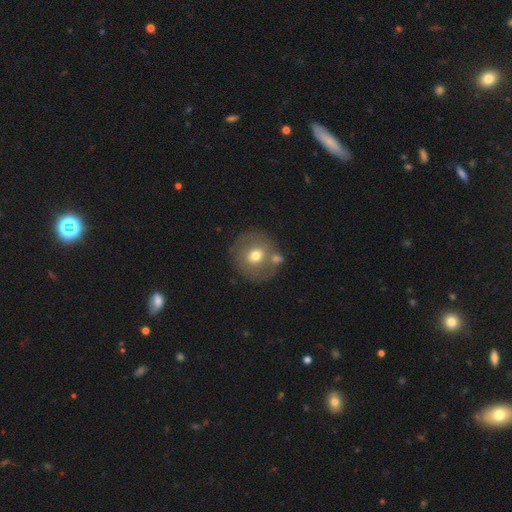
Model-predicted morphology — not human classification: Overall: smooth (61%; featured or disk 29%). How rounded: round (90%). Merging: none (70%).